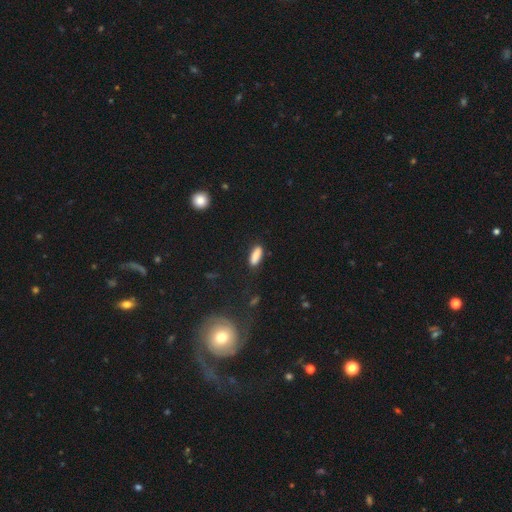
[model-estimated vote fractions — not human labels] A smooth galaxy with no disk features (86%) that is in between round and cigar-shaped (59%).

Vote fractions:
- Smooth or featured? smooth: 86% / star or artifact: 7% / featured or disk: 6%
- How rounded? in between: 59% / cigar-shaped: 38% / round: 2%
- Merging? none: 83% / minor disturbance: 12% / major disturbance: 3% / merger: 2%